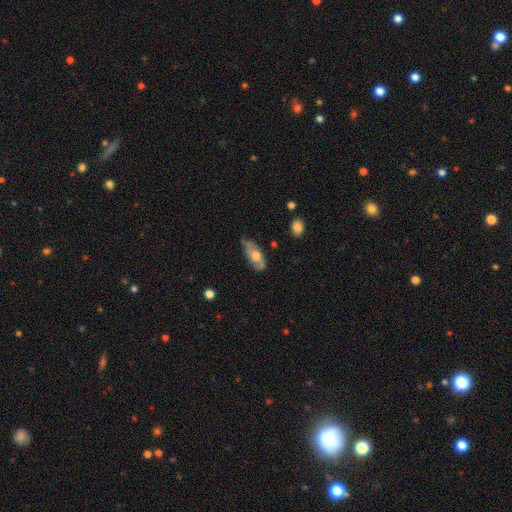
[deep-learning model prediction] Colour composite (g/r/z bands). It shows a smooth galaxy with no disk features (49%). Merging: none (58%).